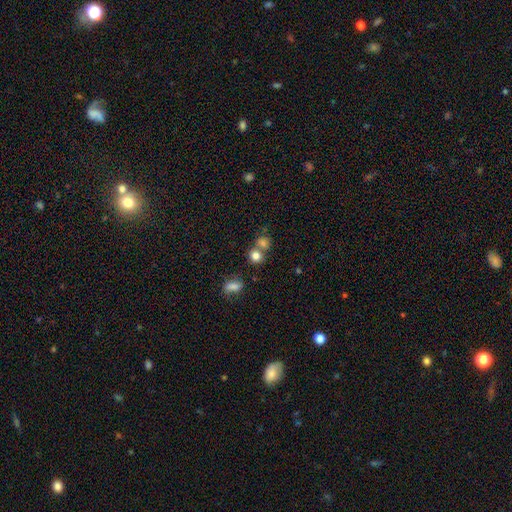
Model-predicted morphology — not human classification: Smooth or featured?
  - smooth: 79% *
  - star or artifact: 12%
  - featured or disk: 9%
How rounded?
  - round: 80% *
  - in between: 19%
  - cigar-shaped: 1%
Merging?
  - none: 50% *
  - merger: 38%
  - minor disturbance: 8%
  - major disturbance: 3%